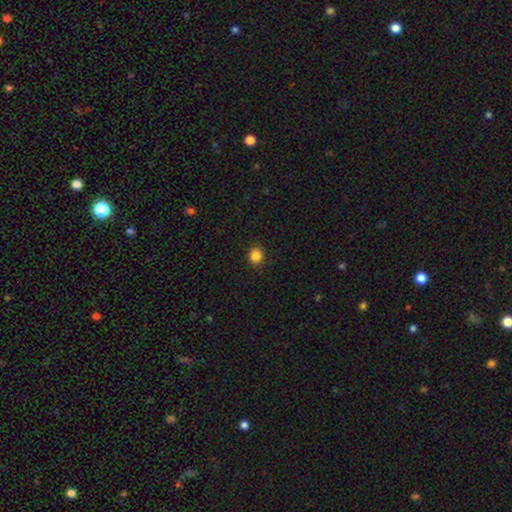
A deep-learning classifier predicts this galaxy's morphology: A smooth galaxy with no disk features (86%) that is round (81%). Merging: none (90%).